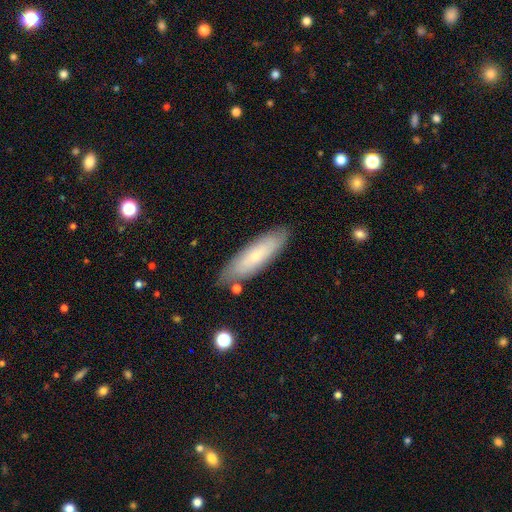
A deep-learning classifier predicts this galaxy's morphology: smooth 61%, featured or disk 32%, star or artifact 7%. Down the decision tree: how rounded — cigar-shaped (59%); merging — none (81%).